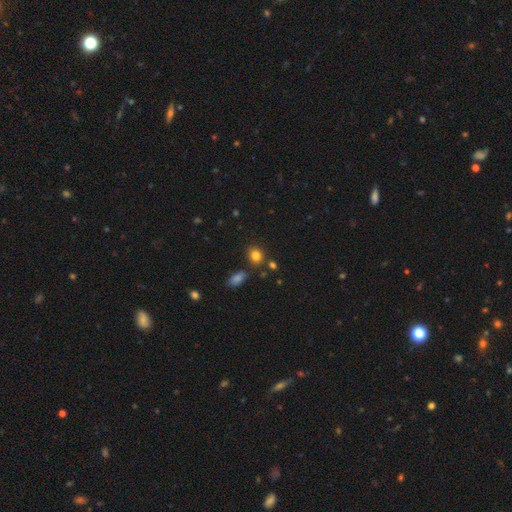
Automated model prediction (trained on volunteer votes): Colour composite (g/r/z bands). It shows a smooth galaxy with no disk features (82%) that is round (70%). Merging: none (79%).